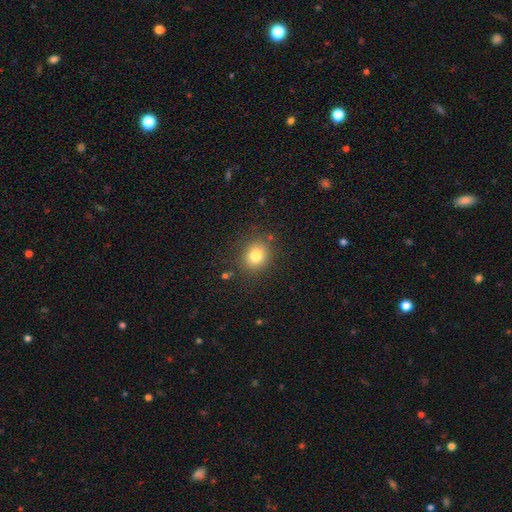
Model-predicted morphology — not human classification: Smooth or featured? smooth (79%)
How rounded? round (77%)
Merging? none (84%)